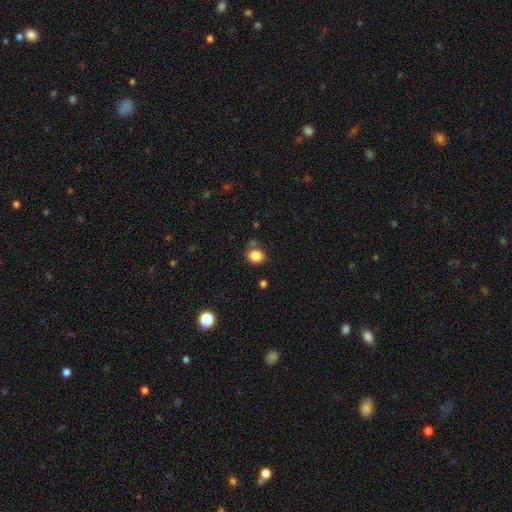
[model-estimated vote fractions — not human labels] Morphology: type=smooth (85%); roundness=round (65%); merging=none (73%).